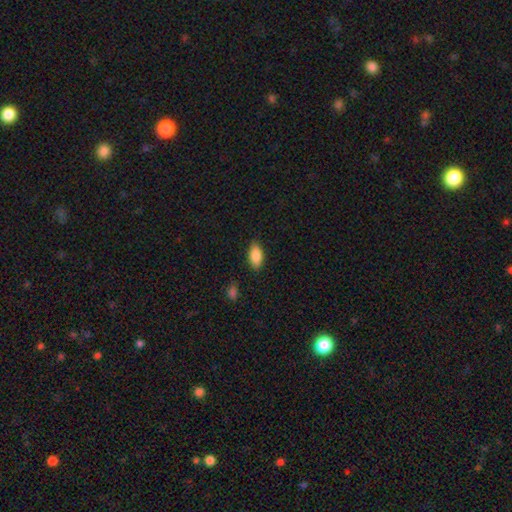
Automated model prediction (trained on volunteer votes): smooth 86%, featured or disk 7%, star or artifact 7%. Down the decision tree: how rounded — in between (89%); merging — none (86%).